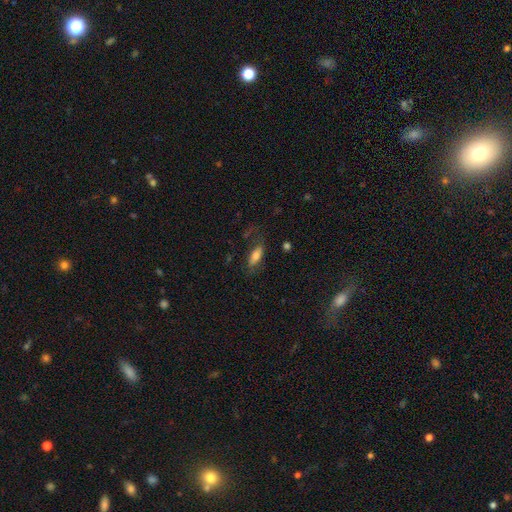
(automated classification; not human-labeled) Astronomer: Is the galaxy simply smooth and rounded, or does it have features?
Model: smooth — 69%.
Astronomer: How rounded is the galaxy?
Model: in between — 73%.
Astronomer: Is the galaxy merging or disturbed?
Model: none — 60%.